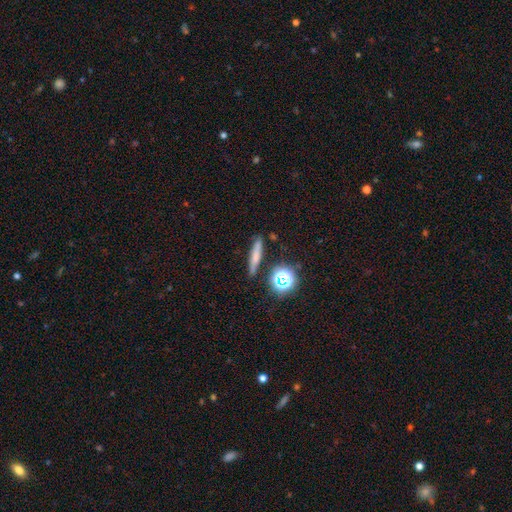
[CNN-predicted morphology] type=smooth (63%); roundness=cigar-shaped (82%); merging=none (84%).